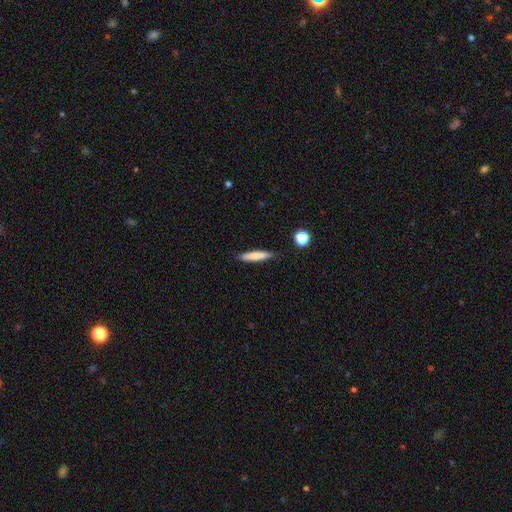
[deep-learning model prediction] Smooth or featured? Predicted: smooth (p=0.74). How rounded? Predicted: cigar-shaped (p=0.87). Merging? Predicted: none (p=0.85).